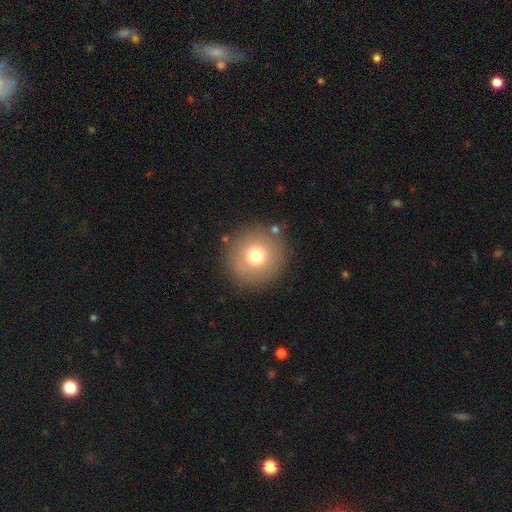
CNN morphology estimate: Q: Smooth or featured?
A: smooth (73%); runner-up: featured or disk (15%)
Q: How rounded?
A: round (94%); runner-up: in between (5%)
Q: Merging?
A: none (86%); runner-up: minor disturbance (8%)